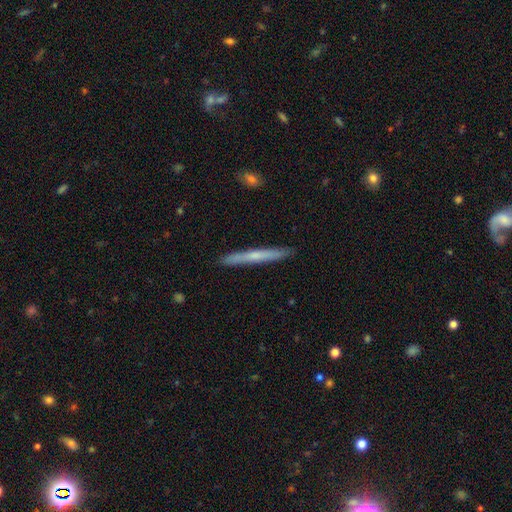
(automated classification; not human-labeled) smooth 47% (tied), featured or disk 47% (tied), star or artifact 6%. Down the decision tree: merging — none (92%).